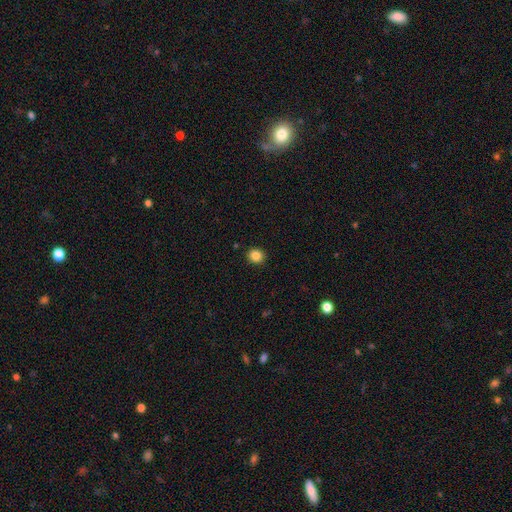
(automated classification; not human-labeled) Morphology: type=smooth (85%); roundness=round (81%); merging=none (91%).